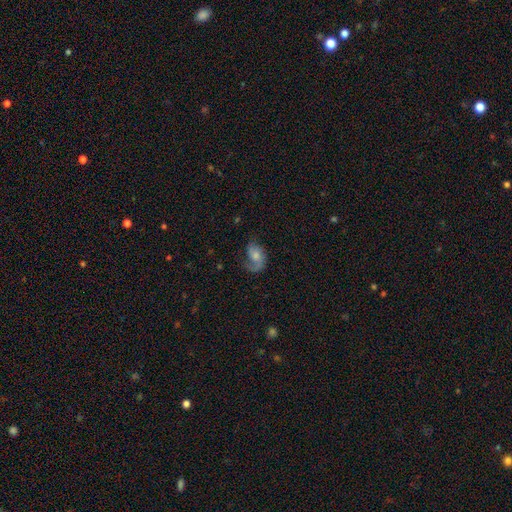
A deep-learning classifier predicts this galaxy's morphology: The model was most divided on "spiral arm count" (2-way tie): 1: 45%, 2: 45%, can't tell: 6%, 3: 2%, 4: 1%, more than 4: 1%. Remaining: edge-on disk — no (97%); spiral arms — yes (88%); bar — no (69%); smooth or featured — featured or disk (62%); spiral winding — loose (48%); merging — none (45%); bulge size — moderate (42%).